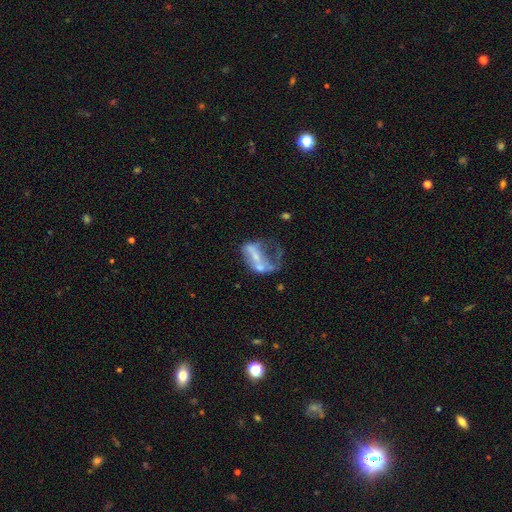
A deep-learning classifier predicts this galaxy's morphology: Smooth or featured? featured or disk (56%)
Edge-on disk? no (94%)
Bar? no (65%)
Spiral arms? no (80%)
Bulge size? none (43%)
Merging? major disturbance (48%)